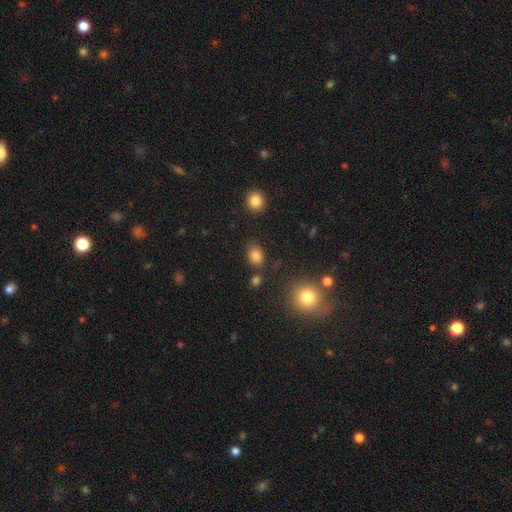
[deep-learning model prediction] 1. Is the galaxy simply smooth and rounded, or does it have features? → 82% smooth, 12% star or artifact, 6% featured or disk.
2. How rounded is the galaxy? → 54% in between, 45% round, 1% cigar-shaped.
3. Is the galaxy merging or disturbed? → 79% none, 12% minor disturbance, 5% merger, 4% major disturbance.